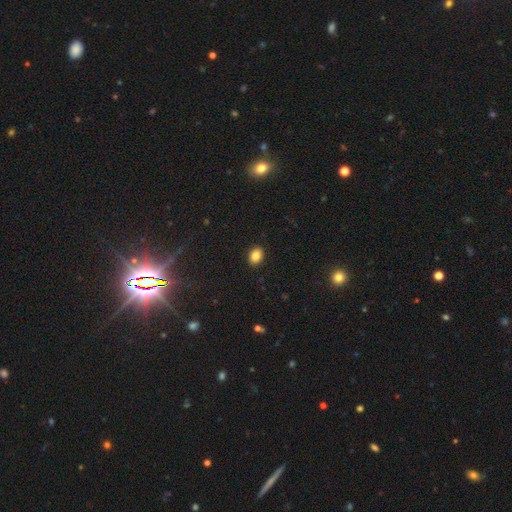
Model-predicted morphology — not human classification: Smooth or featured? smooth (86%)
How rounded? in between (67%)
Merging? none (91%)